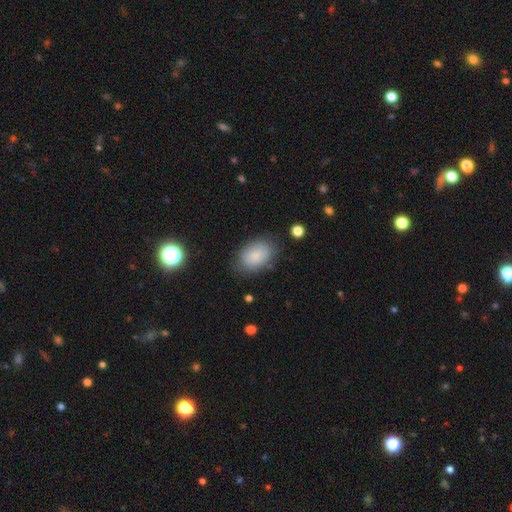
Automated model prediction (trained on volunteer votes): smooth-or-featured: smooth: 84% | featured or disk: 8% | star or artifact: 7%
  how-rounded: in between: 86% | round: 13% | cigar-shaped: 1%
  merging: none: 78% | minor disturbance: 16% | major disturbance: 5% | merger: 2%